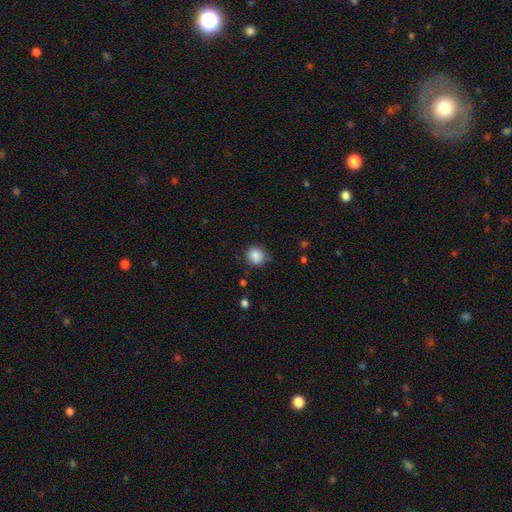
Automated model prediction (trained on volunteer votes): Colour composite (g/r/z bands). It shows a smooth galaxy with no disk features (87%) that is round (86%). Merging: none (81%).